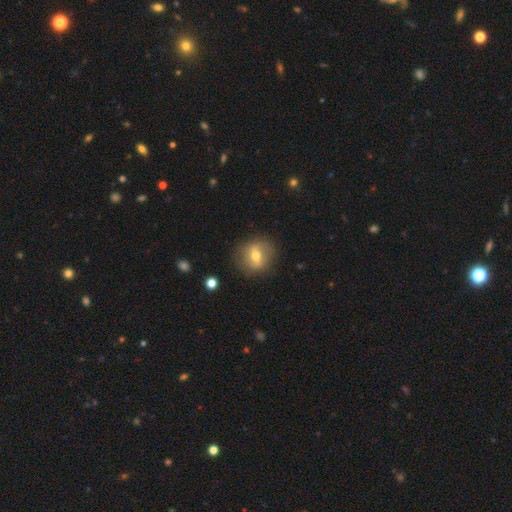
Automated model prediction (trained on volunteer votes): Smooth or featured? Predicted: featured or disk (p=0.46). Merging? Predicted: none (p=0.83).